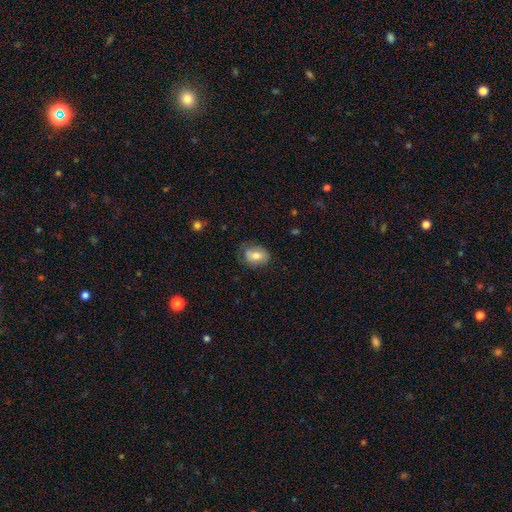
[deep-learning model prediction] smooth-or-featured: smooth: 72% | featured or disk: 20% | star or artifact: 8%
  how-rounded: in between: 71% | round: 27% | cigar-shaped: 1%
  merging: none: 70% | minor disturbance: 23% | major disturbance: 6% | merger: 1%